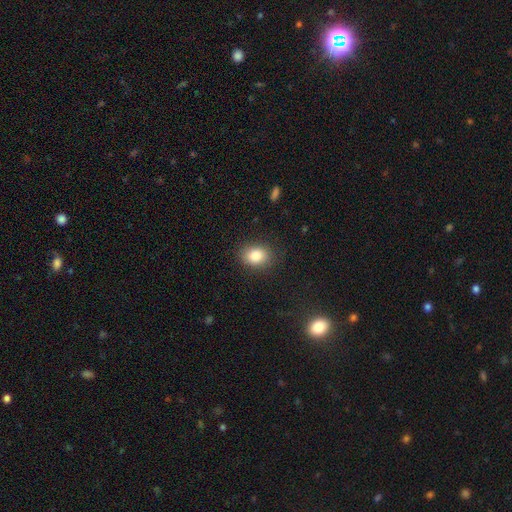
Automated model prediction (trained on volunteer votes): The model was most divided on "how rounded": in between: 59%, round: 40%, cigar-shaped: 1%. More confident: merging — none (86%); smooth or featured — smooth (82%).